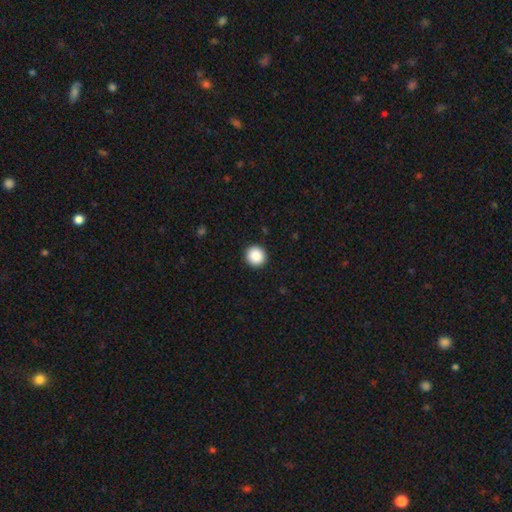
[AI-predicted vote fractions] Smooth or featured? Predicted: smooth (p=0.89). How rounded? Predicted: round (p=0.95). Merging? Predicted: none (p=0.93).